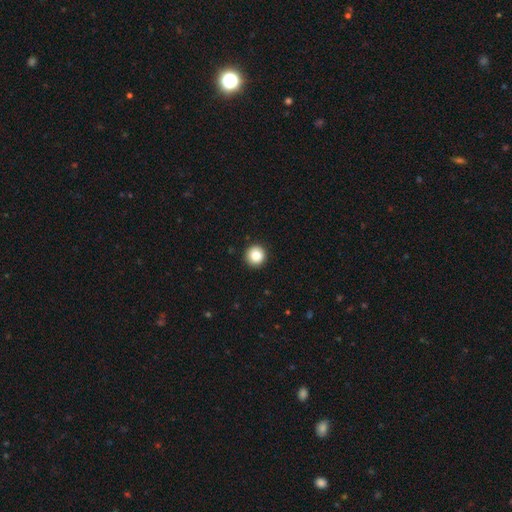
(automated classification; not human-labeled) smooth-or-featured: smooth: 86% | star or artifact: 9% | featured or disk: 5%
  how-rounded: round: 95% | in between: 4% | cigar-shaped: 1%
  merging: none: 93% | minor disturbance: 5% | major disturbance: 1% | merger: 1%